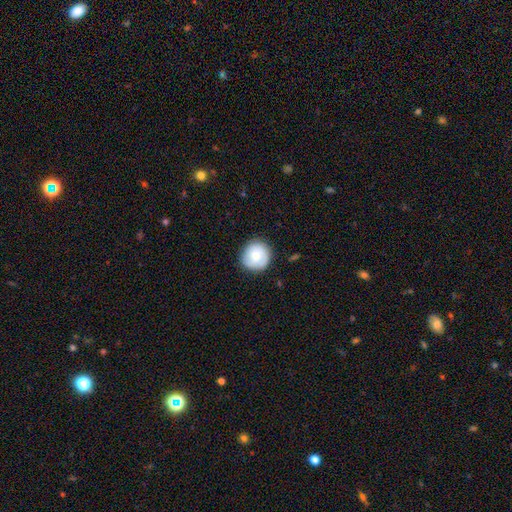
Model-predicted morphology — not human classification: Smooth or featured: smooth — 70% (featured or disk — 24%)
How rounded: round — 92% (in between — 7%)
Merging: none — 82% (minor disturbance — 14%)